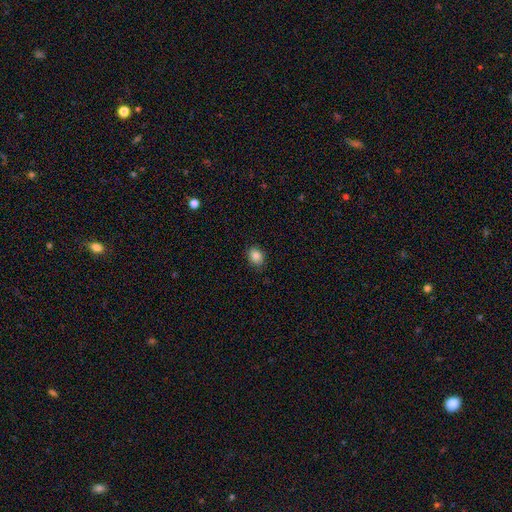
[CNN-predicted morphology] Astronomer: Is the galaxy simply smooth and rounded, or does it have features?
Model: smooth — 86%.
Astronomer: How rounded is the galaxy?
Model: in between — 50% (runner-up: round, 49%).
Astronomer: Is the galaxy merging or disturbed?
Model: none — 84%.